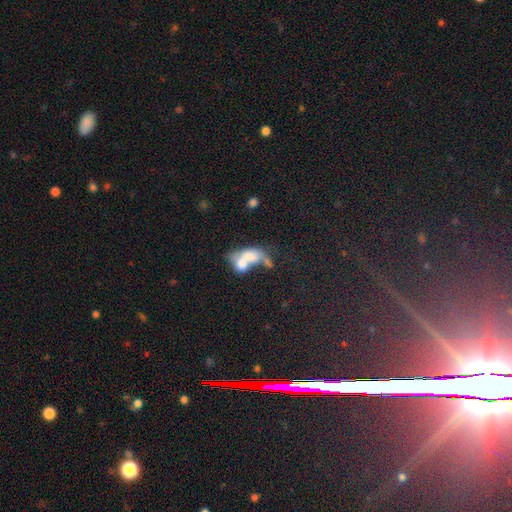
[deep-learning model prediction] Smooth or featured? Predicted: smooth (p=0.58). How rounded? Predicted: in between (p=0.78). Merging? Predicted: merger (p=0.73).